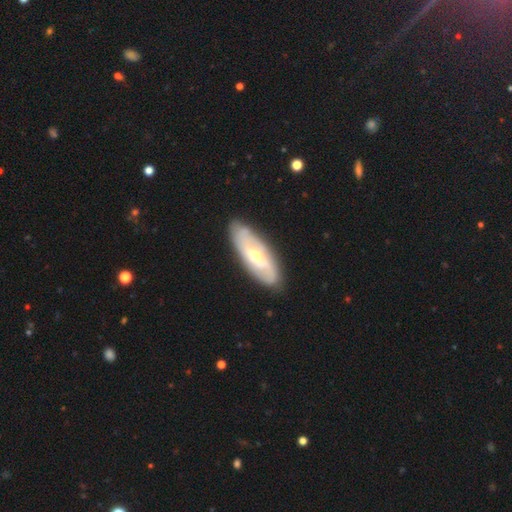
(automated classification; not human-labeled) This appears to be a featured or disk galaxy (68%) with no bar (55%), spiral arms (79%) and a moderate central bulge (51%). Merging: none (84%).